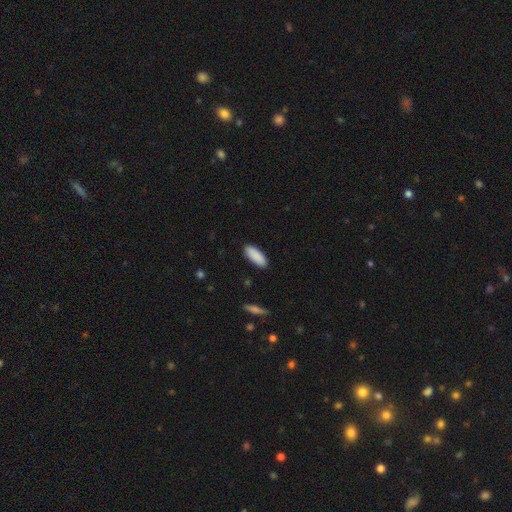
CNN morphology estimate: Smooth or featured: smooth — 90% (star or artifact — 6%)
How rounded: in between — 74% (cigar-shaped — 24%)
Merging: none — 89% (minor disturbance — 8%)